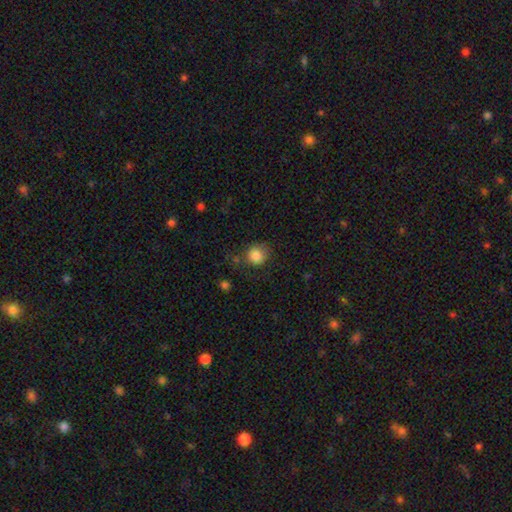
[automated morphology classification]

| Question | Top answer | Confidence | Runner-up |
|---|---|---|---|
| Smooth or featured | smooth | 85% | star or artifact (10%) |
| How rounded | round | 88% | in between (11%) |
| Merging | none | 74% | minor disturbance (17%) |